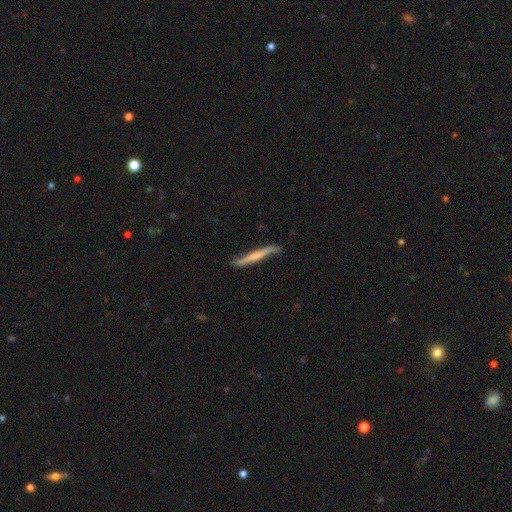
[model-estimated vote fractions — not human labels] Smooth or featured: featured or disk — 53% (smooth — 42%)
Edge-on disk: yes — 86% (no — 14%)
Merging: none — 68% (minor disturbance — 24%)